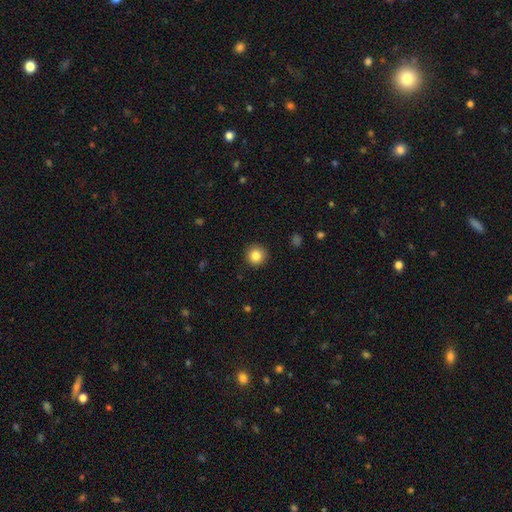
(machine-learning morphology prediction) Q: Smooth or featured?
A: smooth (84%); runner-up: star or artifact (10%)
Q: How rounded?
A: round (95%); runner-up: in between (4%)
Q: Merging?
A: none (92%); runner-up: minor disturbance (5%)